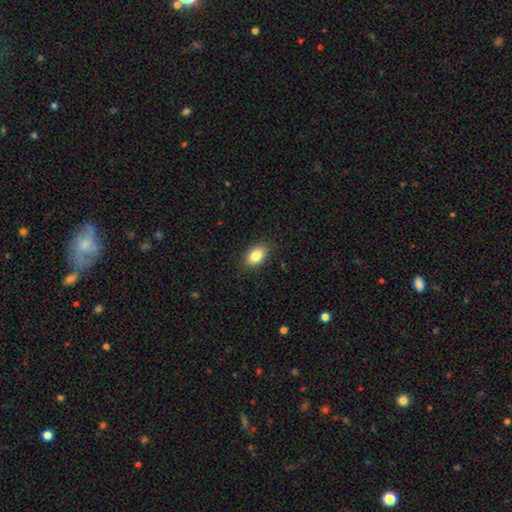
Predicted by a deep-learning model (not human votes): Morphology: type=smooth (84%); roundness=in between (84%); merging=none (85%).